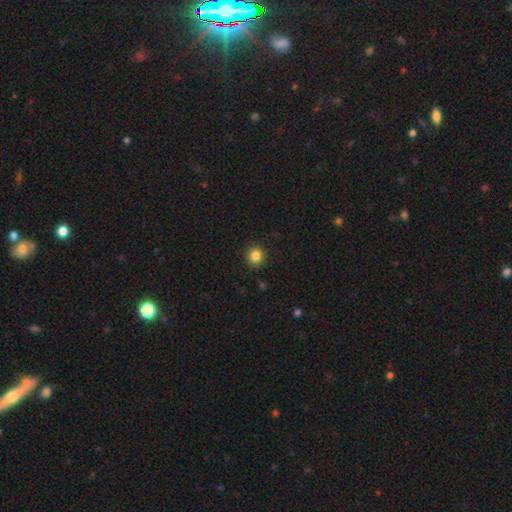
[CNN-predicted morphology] This is clearly a smooth galaxy (85%). How rounded: clearly round (90%). Merging: clearly none (91%).